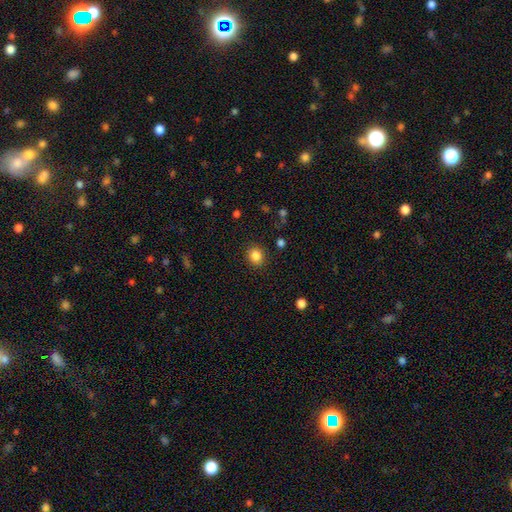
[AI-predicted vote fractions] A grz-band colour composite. It shows a smooth galaxy with no disk features (85%) that is round (75%). Merging: none (89%).